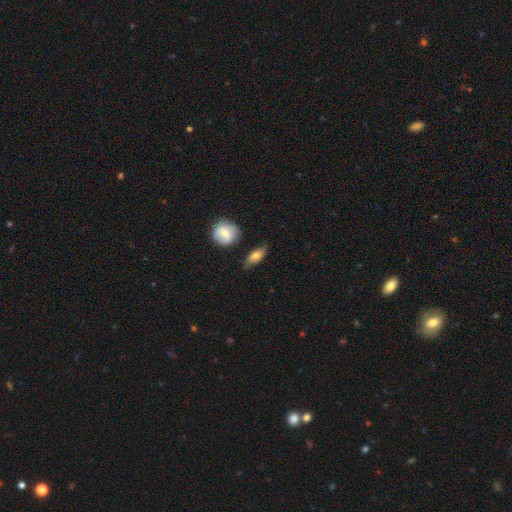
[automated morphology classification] smooth_or_featured: smooth (p=0.59) [alt: featured or disk p=0.33]
how_rounded: in between (p=0.77) [alt: cigar-shaped p=0.12]
merging: none (p=0.65) [alt: minor disturbance p=0.24]